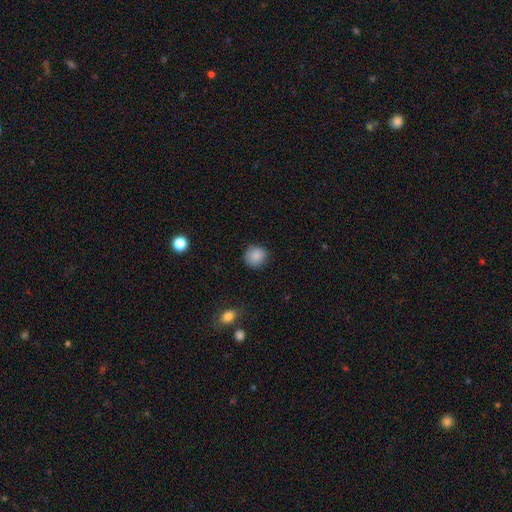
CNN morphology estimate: smooth_or_featured: smooth (p=0.87) [alt: star or artifact p=0.08]
how_rounded: round (p=0.89) [alt: in between p=0.10]
merging: none (p=0.86) [alt: minor disturbance p=0.10]